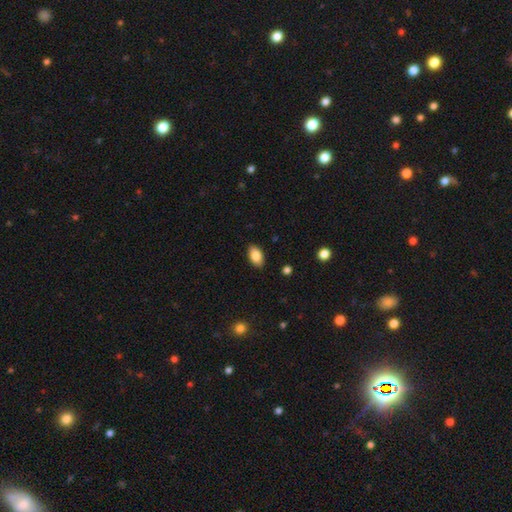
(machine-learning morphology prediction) The model was most divided on "smooth or featured": smooth: 85%, featured or disk: 8%, star or artifact: 7%. More confident: how rounded — in between (92%); merging — none (87%).